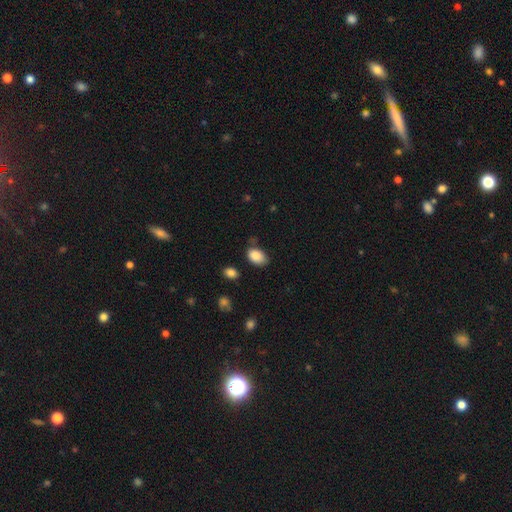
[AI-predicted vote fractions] The model was most divided on "merging": none: 69%, minor disturbance: 22%, major disturbance: 5%, merger: 4%. More confident: how rounded — in between (89%); smooth or featured — smooth (88%).